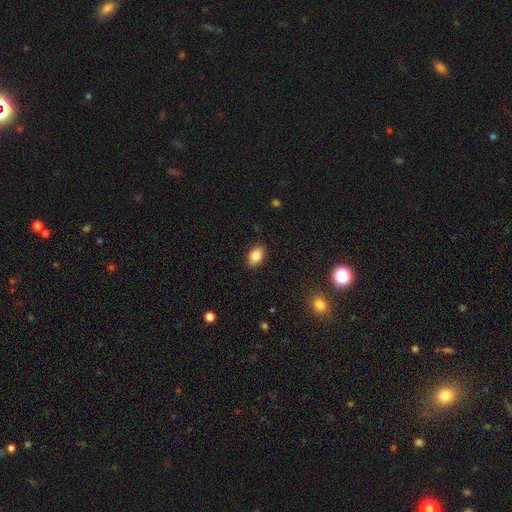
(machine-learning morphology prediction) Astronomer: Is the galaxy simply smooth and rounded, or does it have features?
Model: smooth — 84%.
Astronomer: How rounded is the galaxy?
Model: in between — 83%.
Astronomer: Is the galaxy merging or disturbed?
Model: none — 88%.